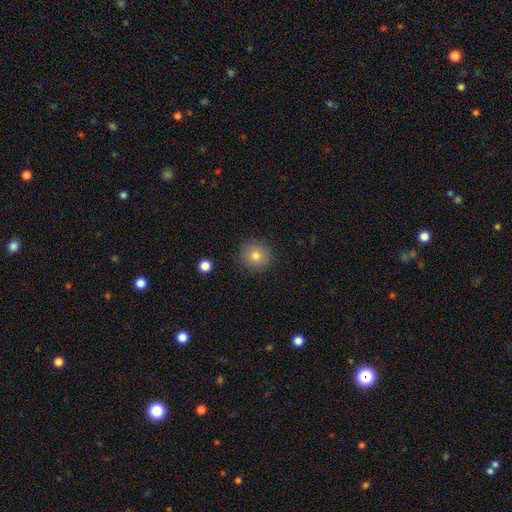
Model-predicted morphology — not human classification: Smooth or featured? smooth (80%)
How rounded? round (94%)
Merging? none (90%)